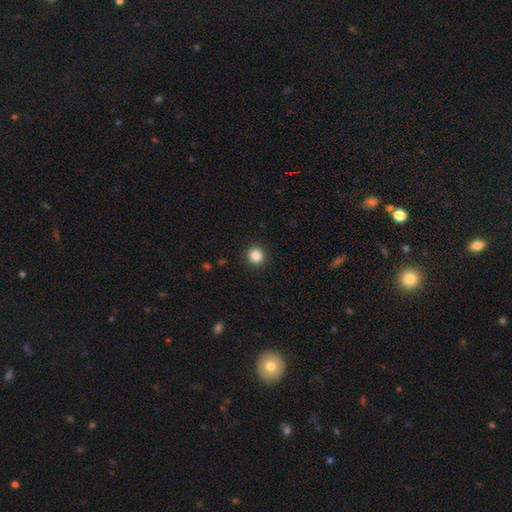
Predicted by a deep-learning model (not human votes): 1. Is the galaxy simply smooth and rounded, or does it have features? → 86% smooth, 11% star or artifact, 4% featured or disk.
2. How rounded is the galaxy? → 91% round, 8% in between, 1% cigar-shaped.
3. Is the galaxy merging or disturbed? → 92% none, 5% minor disturbance, 2% major disturbance, 1% merger.